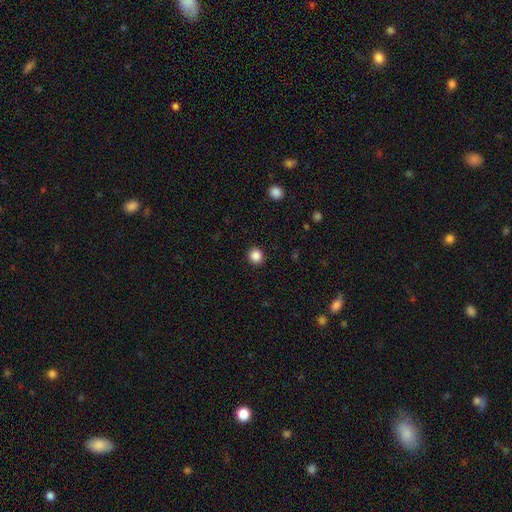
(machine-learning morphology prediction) A smooth galaxy with no disk features (87%) that is round (93%). Merging: none (93%).